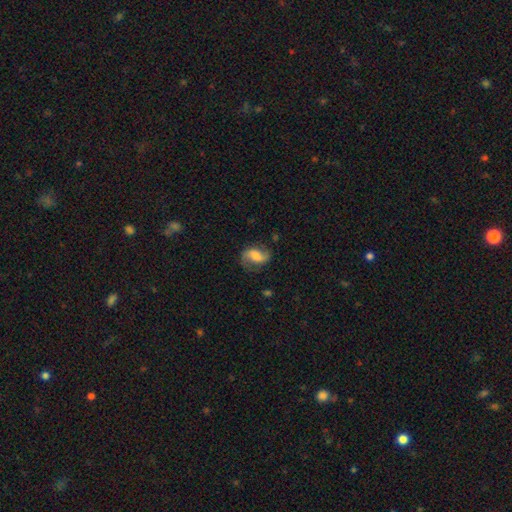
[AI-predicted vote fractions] A featured or disk galaxy (62%) with a weak bar (41%, tied with no), 2 (88%) loose (54%) spiral arms (92%) and a moderate central bulge (48%).

Vote fractions:
- Smooth or featured? featured or disk: 62% / smooth: 30% / star or artifact: 8%
- Edge-on disk? no: 97% / yes: 3%
- Bar? weak: 41% (tied) / no: 41% (tied) / strong: 18%
- Spiral arms? yes: 92% / no: 8%
- Spiral winding? loose: 54% / medium: 35% / tight: 12%
- Spiral arm count? 2: 88% / can't tell: 5% / 1: 4% / 3: 1% / 4: 1% / more than 4: 1%
- Bulge size? moderate: 48% / small: 25% / large: 16% / none: 7% / dominant: 2%
- Merging? none: 71% / minor disturbance: 19% / major disturbance: 8% / merger: 2%